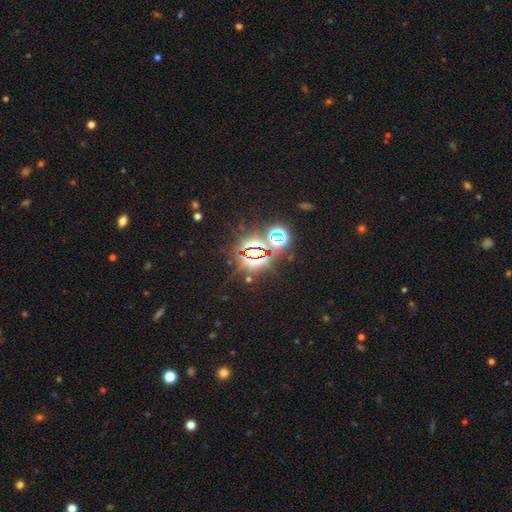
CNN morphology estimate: Smooth or featured: star or artifact — 83% (smooth — 9%)